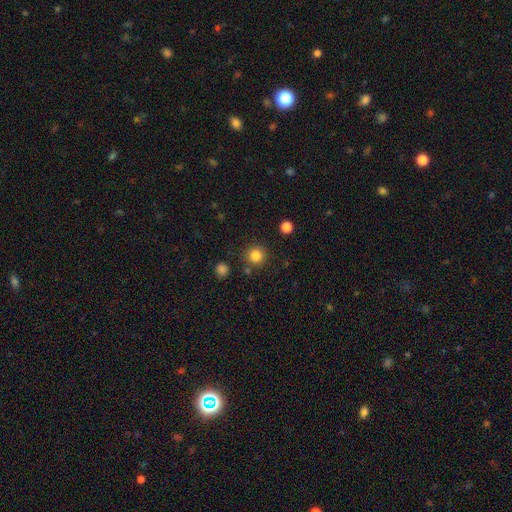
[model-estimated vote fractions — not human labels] Q: Smooth or featured?
A: smooth (83%); runner-up: star or artifact (12%)
Q: How rounded?
A: round (94%); runner-up: in between (5%)
Q: Merging?
A: none (87%); runner-up: minor disturbance (7%)